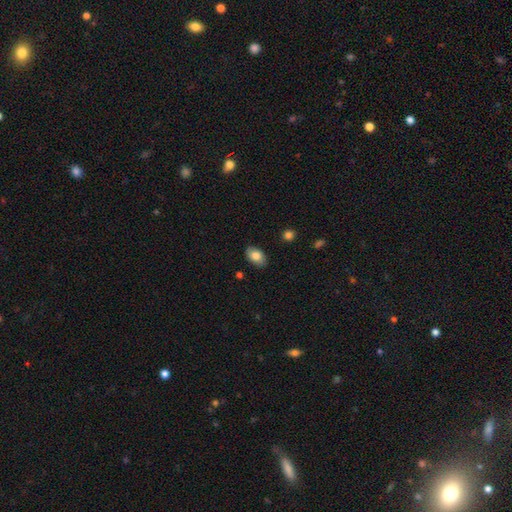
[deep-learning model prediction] A smooth galaxy with no disk features (82%) that is in between round and cigar-shaped (91%).

Vote fractions:
- Smooth or featured? smooth: 82% / featured or disk: 11% / star or artifact: 7%
- How rounded? in between: 91% / round: 8% / cigar-shaped: 1%
- Merging? none: 86% / minor disturbance: 11% / major disturbance: 2% / merger: 1%